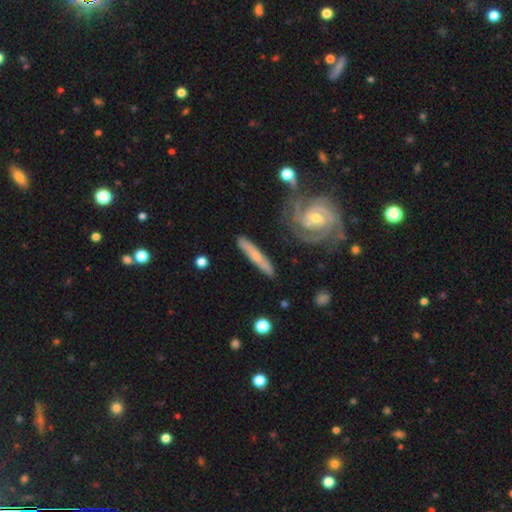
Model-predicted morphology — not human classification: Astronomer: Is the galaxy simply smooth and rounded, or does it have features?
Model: featured or disk — 58% (runner-up: smooth, 35%).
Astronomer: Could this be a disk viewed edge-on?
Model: yes — 58% (runner-up: no, 42%).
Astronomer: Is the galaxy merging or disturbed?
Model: none — 81%.